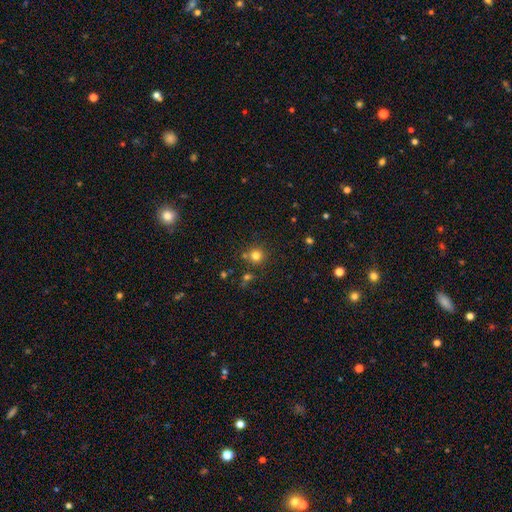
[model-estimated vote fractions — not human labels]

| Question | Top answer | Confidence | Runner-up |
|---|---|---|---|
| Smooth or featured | smooth | 78% | star or artifact (15%) |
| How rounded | round | 93% | in between (6%) |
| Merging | none | 78% | merger (11%) |